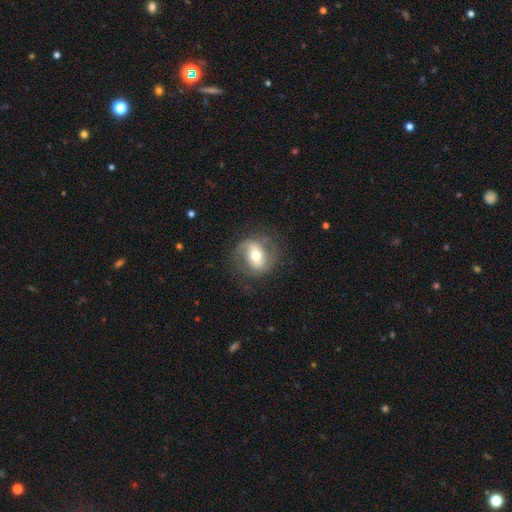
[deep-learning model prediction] Overall: featured or disk (64%; smooth 29%). Edge-on disk: no (94%). Bar: strong (39%; weak 36%). Spiral arms: yes (73%). Bulge size: moderate (71%). Merging: none (72%).